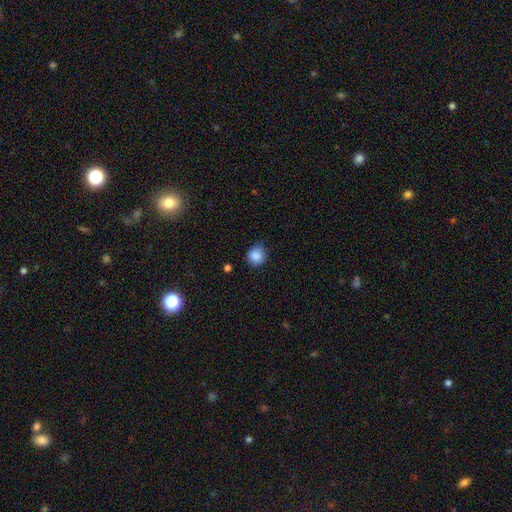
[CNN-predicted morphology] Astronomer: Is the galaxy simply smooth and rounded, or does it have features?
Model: smooth — 86%.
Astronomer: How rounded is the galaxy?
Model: round — 83%.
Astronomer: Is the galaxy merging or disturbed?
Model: none — 76%.